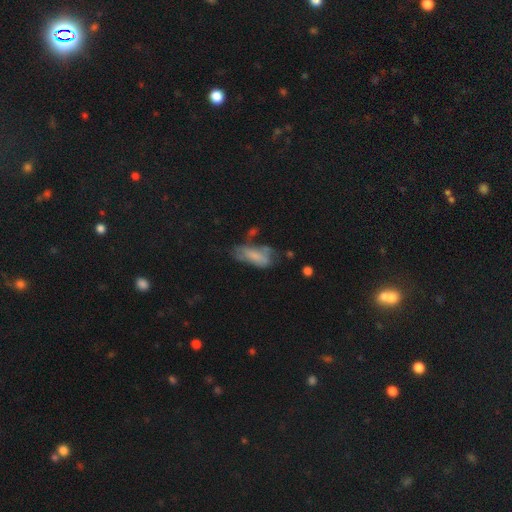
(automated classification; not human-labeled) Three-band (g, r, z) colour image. It shows a smooth galaxy with no disk features (61%) that is in between round and cigar-shaped (75%). Merging: none (36%).